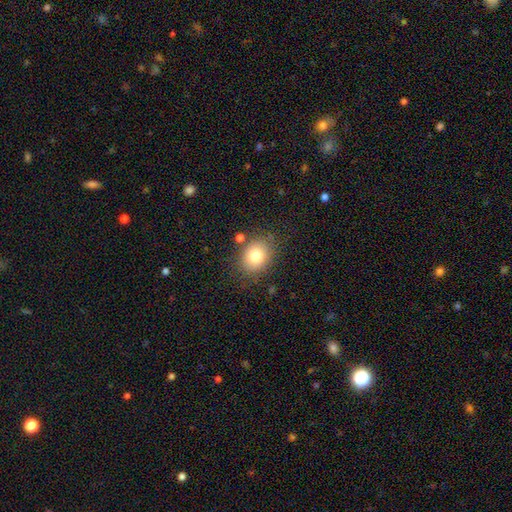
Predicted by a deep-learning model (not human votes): This appears to be a smooth galaxy with no disk features (78%) that is round (53%). Merging: none (79%).